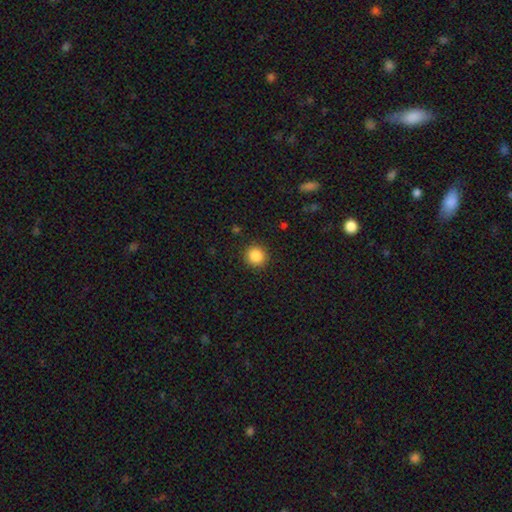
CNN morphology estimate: smooth-or-featured: smooth: 86% | star or artifact: 10% | featured or disk: 4%
  how-rounded: round: 93% | in between: 6% | cigar-shaped: 1%
  merging: none: 91% | minor disturbance: 6% | major disturbance: 2% | merger: 1%